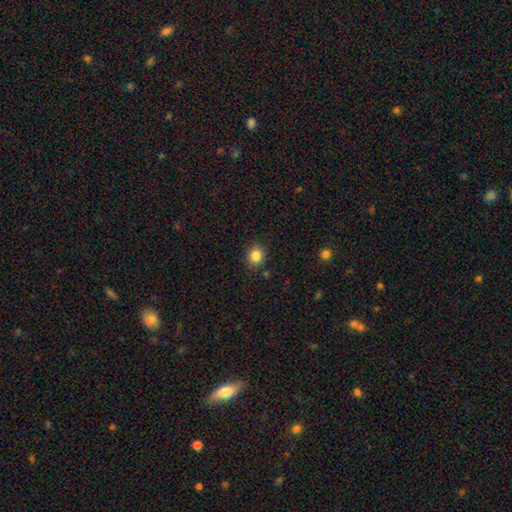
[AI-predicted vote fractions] This is clearly a smooth galaxy (85%). How rounded: clearly round (80%). Merging: clearly none (88%).